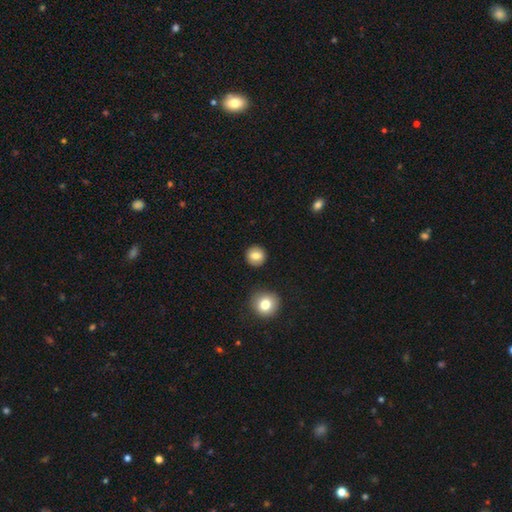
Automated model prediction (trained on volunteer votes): Smooth or featured: smooth — 82% (featured or disk — 9%)
How rounded: round — 91% (in between — 8%)
Merging: none — 90% (minor disturbance — 6%)